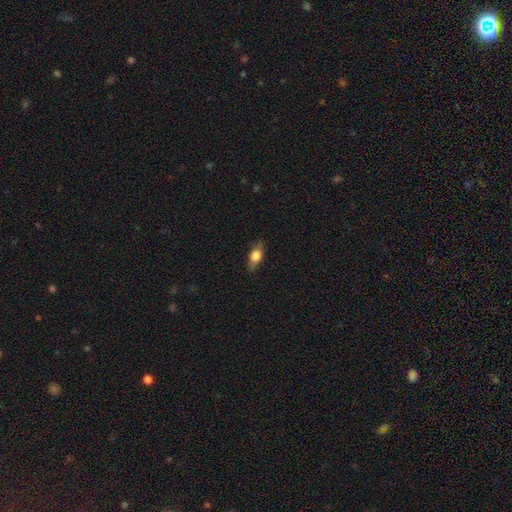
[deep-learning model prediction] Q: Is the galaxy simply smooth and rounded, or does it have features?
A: smooth — 68%.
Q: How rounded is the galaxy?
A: in between — 76%.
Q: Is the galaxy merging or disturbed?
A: none — 81%.